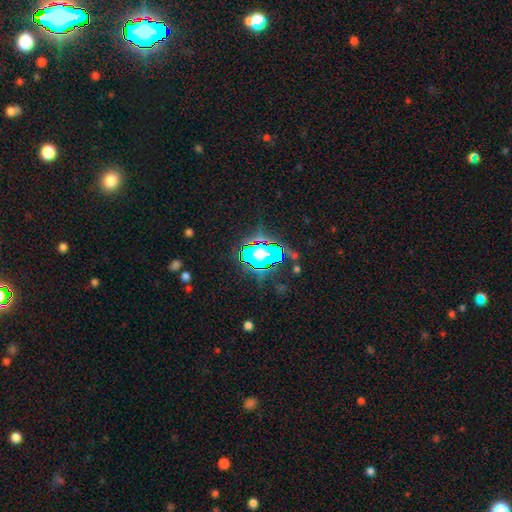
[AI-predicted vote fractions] This is likely a star or artifact rather than a galaxy (79%).